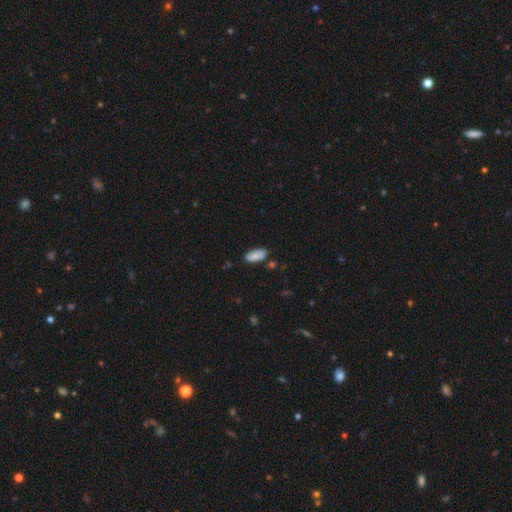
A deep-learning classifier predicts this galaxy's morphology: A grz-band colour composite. It shows a smooth galaxy with no disk features (81%) that is in between round and cigar-shaped (88%). Merging: none (76%).